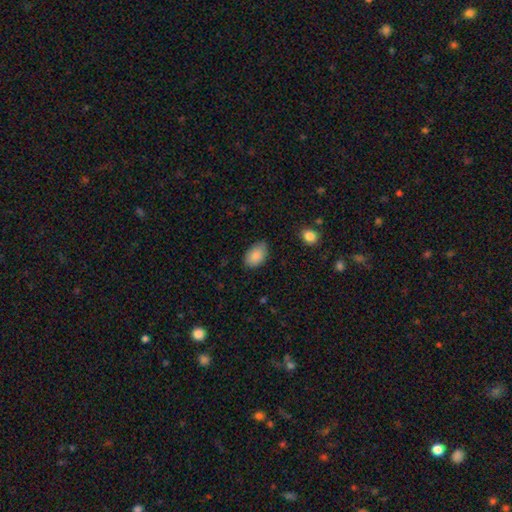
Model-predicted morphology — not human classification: Smooth or featured: smooth — 87% (star or artifact — 7%)
How rounded: in between — 91% (round — 8%)
Merging: none — 77% (minor disturbance — 19%)